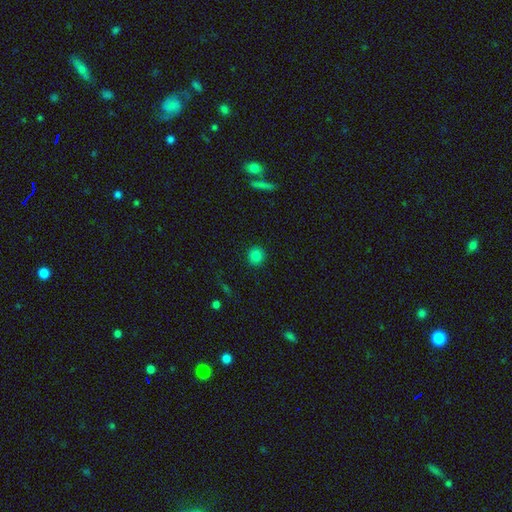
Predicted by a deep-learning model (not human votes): Overall: smooth (83%). How rounded: round (89%). Merging: none (91%).